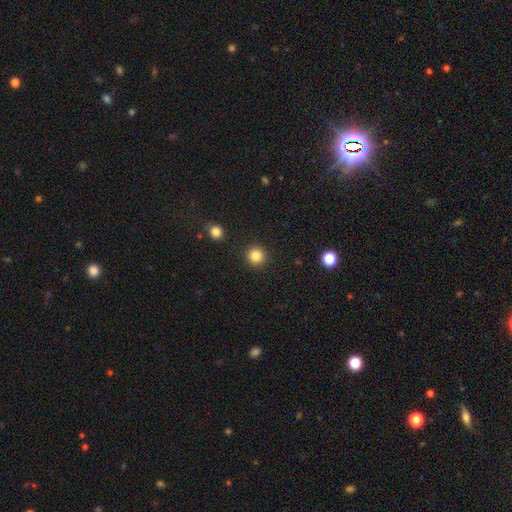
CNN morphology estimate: Overall: smooth (85%). How rounded: round (94%). Merging: none (92%).